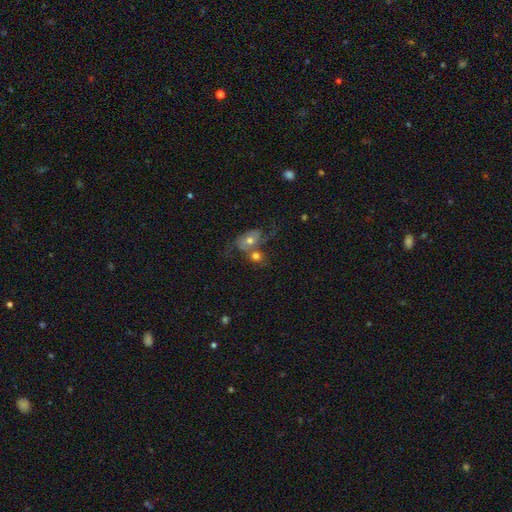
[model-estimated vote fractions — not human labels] Smooth or featured? smooth (53%)
How rounded? round (52%)
Merging? merger (53%)